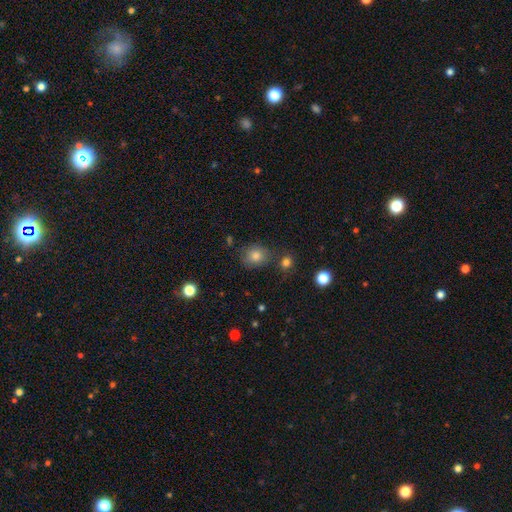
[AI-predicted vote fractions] smooth 80%, star or artifact 13%, featured or disk 7%. Down the decision tree: how rounded — round (70%); merging — none (75%).